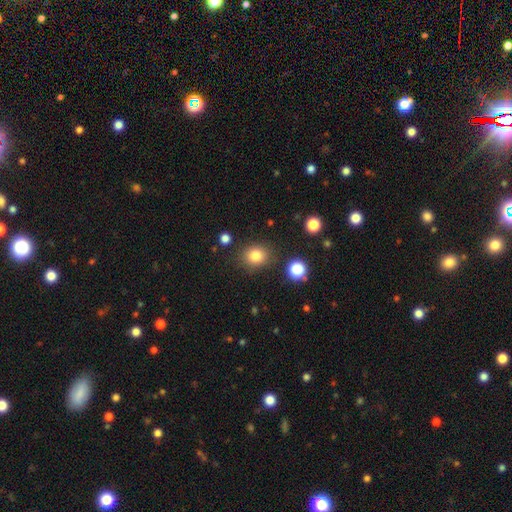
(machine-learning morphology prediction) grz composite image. It shows a smooth galaxy with no disk features (81%) that is round (69%). Merging: none (84%).